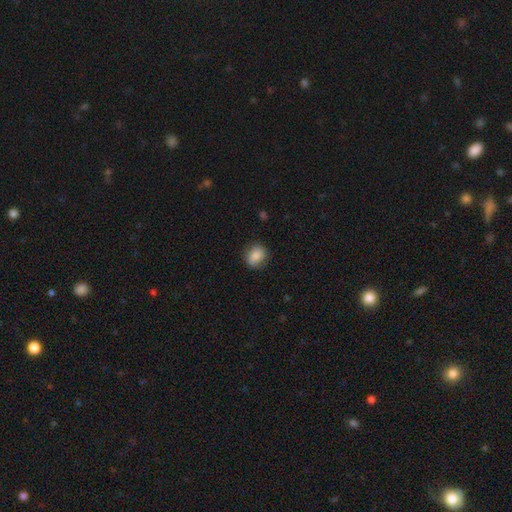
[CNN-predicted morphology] Smooth or featured?
  - smooth: 83% *
  - featured or disk: 9%
  - star or artifact: 8%
How rounded?
  - round: 59% *
  - in between: 40%
  - cigar-shaped: 1%
Merging?
  - none: 80% *
  - minor disturbance: 15%
  - major disturbance: 4%
  - merger: 1%